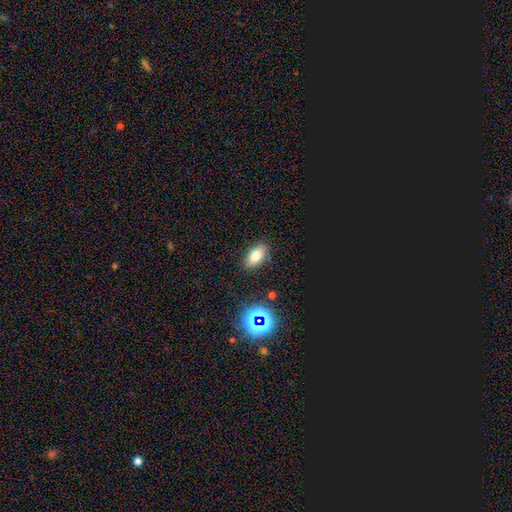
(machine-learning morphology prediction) The model was most divided on "smooth or featured": smooth: 73%, star or artifact: 15%, featured or disk: 12%. More confident: how rounded — in between (88%); merging — none (84%).